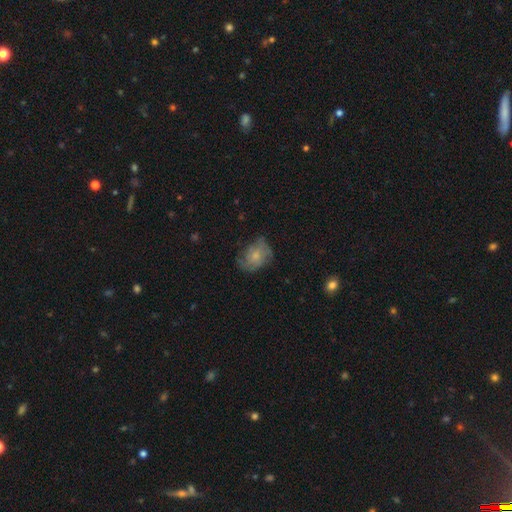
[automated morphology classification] Smooth or featured?
  - smooth: 52% *
  - featured or disk: 40%
  - star or artifact: 8%
How rounded?
  - in between: 62% *
  - round: 37%
  - cigar-shaped: 1%
Merging?
  - none: 54% *
  - minor disturbance: 30%
  - major disturbance: 15%
  - merger: 2%